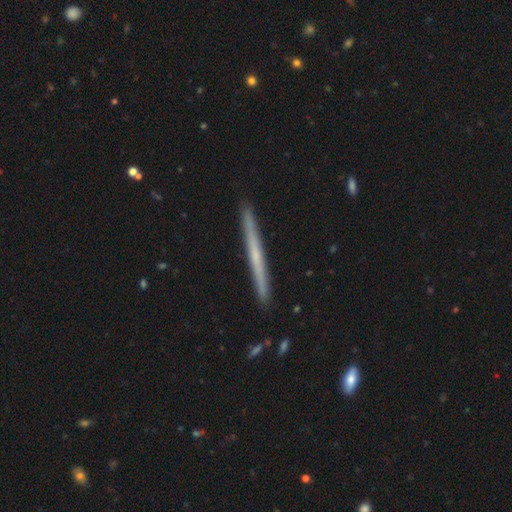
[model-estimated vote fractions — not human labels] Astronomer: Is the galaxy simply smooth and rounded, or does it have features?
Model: featured or disk — 57% (runner-up: smooth, 38%).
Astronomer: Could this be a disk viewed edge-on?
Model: yes — 97%.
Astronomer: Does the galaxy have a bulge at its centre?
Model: none — 78%.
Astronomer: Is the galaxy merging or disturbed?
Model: none — 92%.